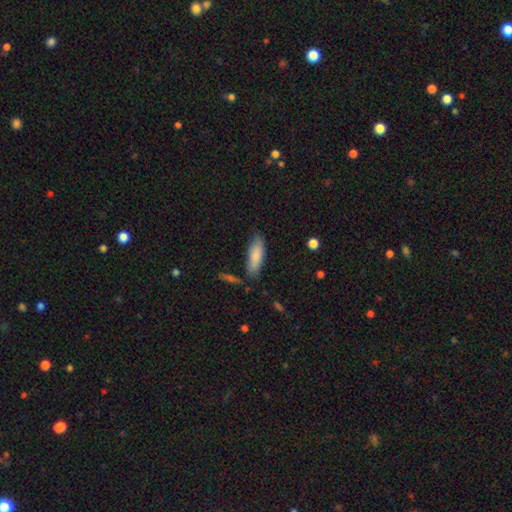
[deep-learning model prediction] smooth 84%, featured or disk 10%, star or artifact 6%. Down the decision tree: how rounded — in between (60%); merging — none (76%).